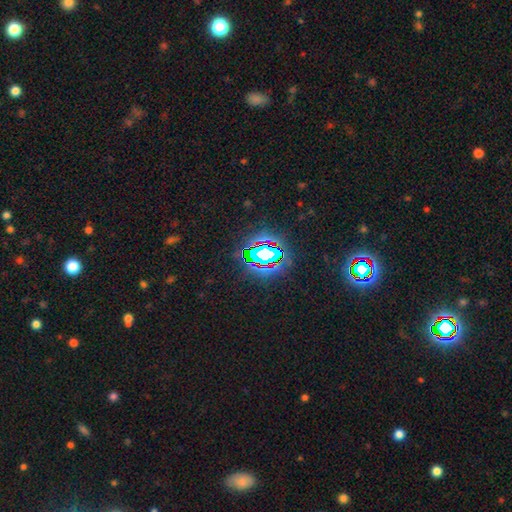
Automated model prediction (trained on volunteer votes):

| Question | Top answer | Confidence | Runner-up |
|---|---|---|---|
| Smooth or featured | star or artifact | 81% | smooth (11%) |